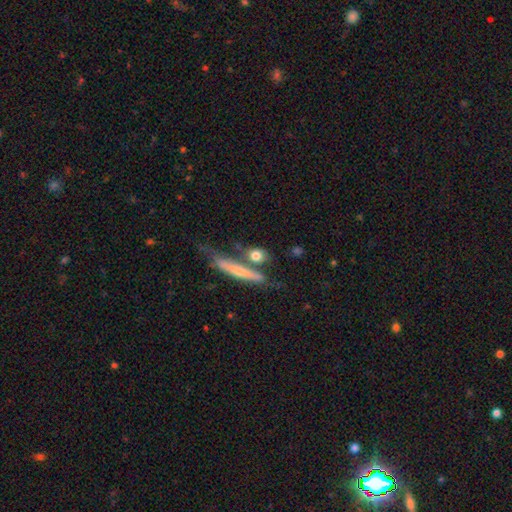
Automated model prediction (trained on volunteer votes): Smooth or featured? Predicted: smooth (p=0.70). How rounded? Predicted: round (p=0.42). Merging? Predicted: none (p=0.55).